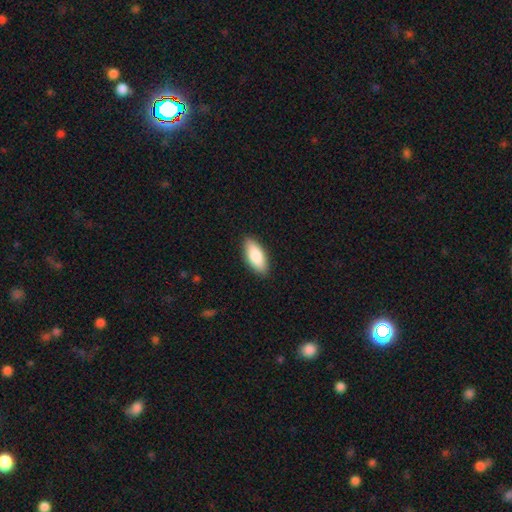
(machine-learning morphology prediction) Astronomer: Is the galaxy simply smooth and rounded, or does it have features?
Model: smooth — 84%.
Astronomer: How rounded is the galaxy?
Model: in between — 83%.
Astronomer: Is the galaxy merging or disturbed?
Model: none — 88%.